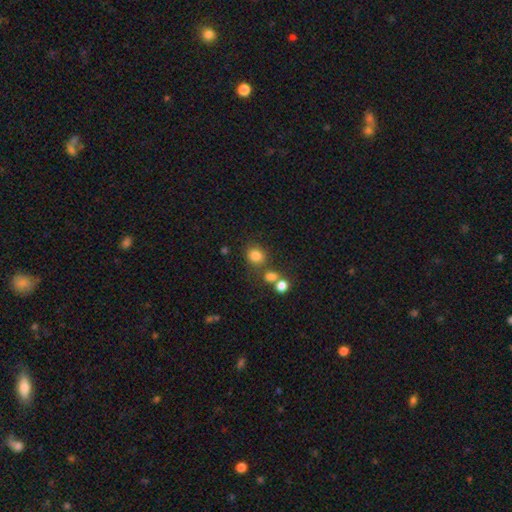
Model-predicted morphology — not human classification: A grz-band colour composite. It shows a smooth galaxy with no disk features (81%) that is round (77%). Merging: none (68%).